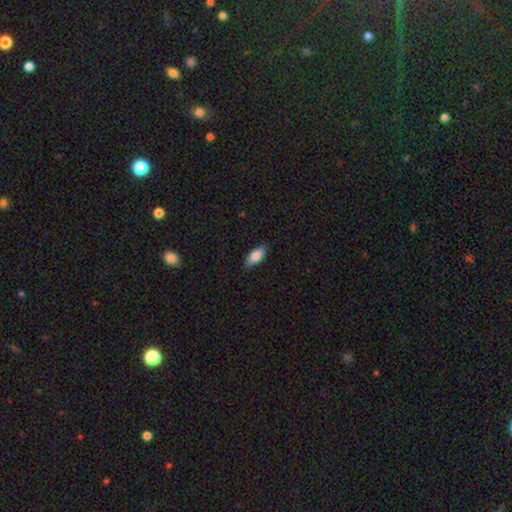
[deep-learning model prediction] Overall: smooth (83%). How rounded: in between (89%). Merging: none (84%).